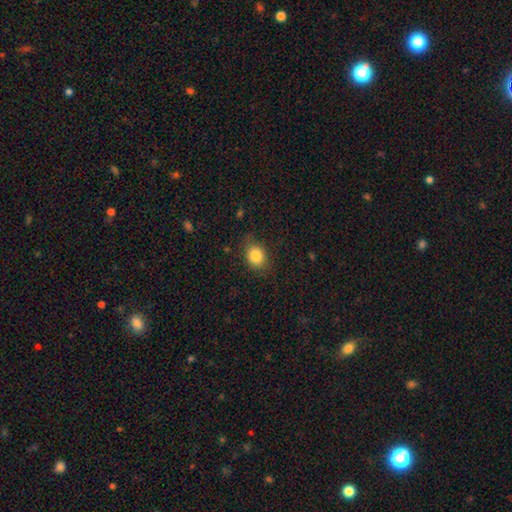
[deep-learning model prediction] This appears to be a smooth galaxy with no disk features (84%) that is round (52%). Merging: none (79%).